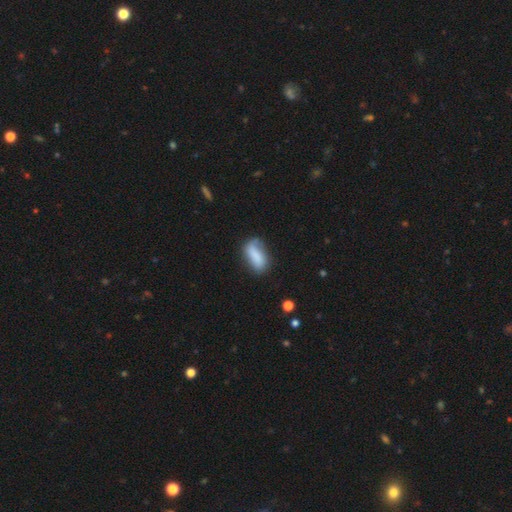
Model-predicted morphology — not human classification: Overall: smooth (76%). How rounded: in between (82%). Merging: none (52%; minor disturbance 31%).